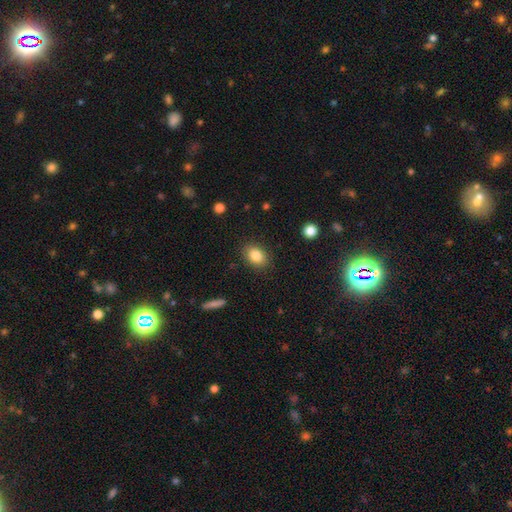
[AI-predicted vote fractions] Q: Smooth or featured?
A: smooth (84%); runner-up: star or artifact (9%)
Q: How rounded?
A: in between (74%); runner-up: round (25%)
Q: Merging?
A: none (87%); runner-up: minor disturbance (9%)